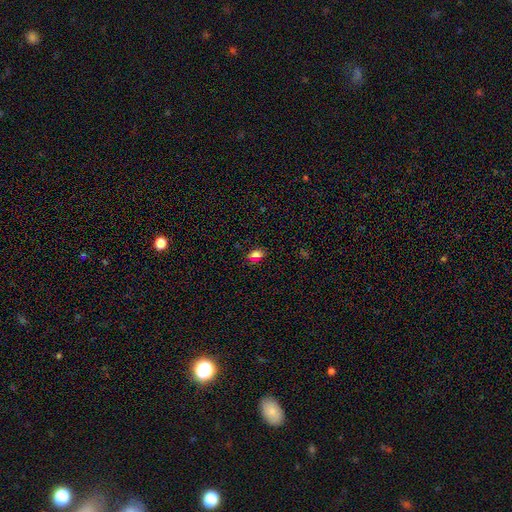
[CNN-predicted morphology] Smooth or featured?
  - smooth: 75% *
  - star or artifact: 17%
  - featured or disk: 8%
How rounded?
  - in between: 75% *
  - round: 22%
  - cigar-shaped: 3%
Merging?
  - none: 83% *
  - minor disturbance: 13%
  - major disturbance: 3%
  - merger: 2%